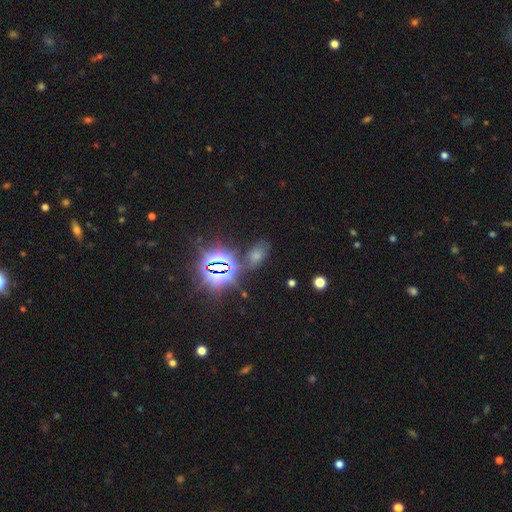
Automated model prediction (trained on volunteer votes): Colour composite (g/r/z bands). It shows a smooth galaxy with no disk features (44%). Merging: none (66%).